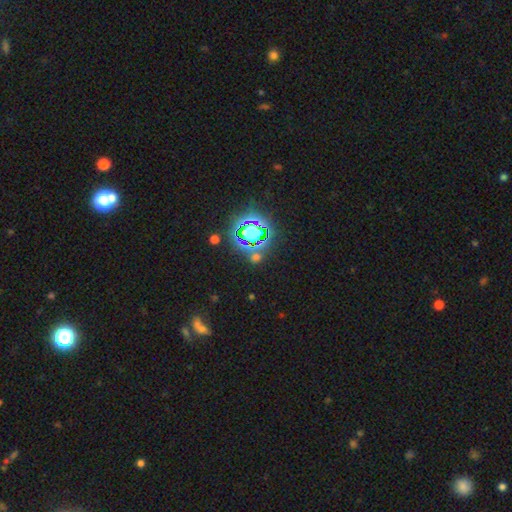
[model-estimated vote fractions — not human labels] Morphology: type=star or artifact (73%).